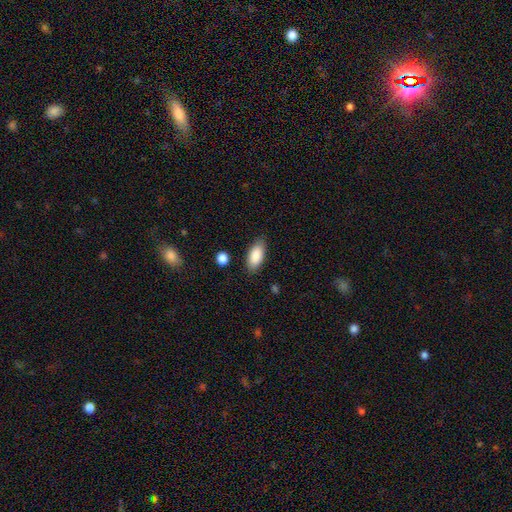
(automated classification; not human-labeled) Q: Smooth or featured?
A: smooth (88%); runner-up: star or artifact (6%)
Q: How rounded?
A: in between (87%); runner-up: cigar-shaped (11%)
Q: Merging?
A: none (85%); runner-up: minor disturbance (11%)